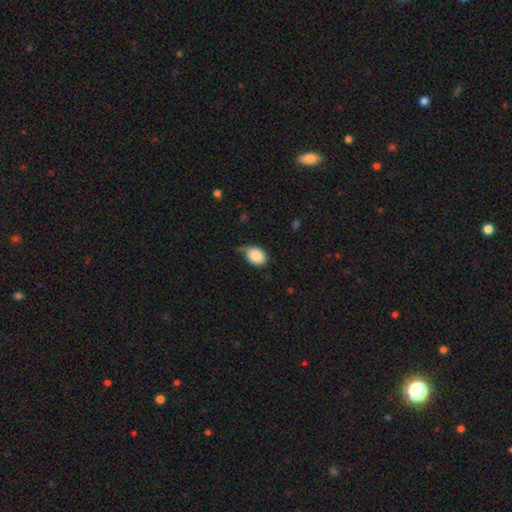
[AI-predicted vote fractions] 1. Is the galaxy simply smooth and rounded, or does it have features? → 86% smooth, 7% star or artifact, 7% featured or disk.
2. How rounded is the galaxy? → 81% in between, 18% round, 1% cigar-shaped.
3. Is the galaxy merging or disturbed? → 54% none, 34% minor disturbance, 9% major disturbance, 3% merger.